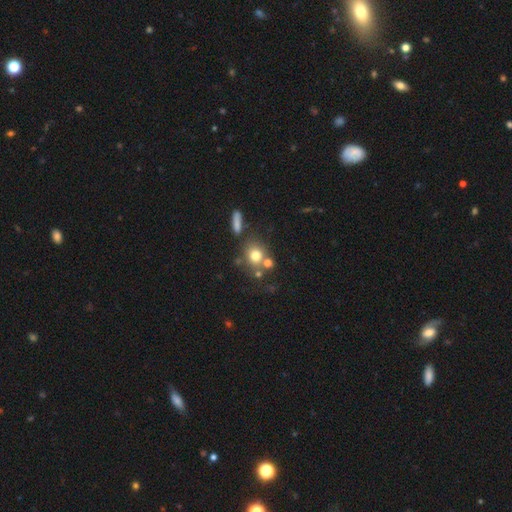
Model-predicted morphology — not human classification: This appears to be a smooth galaxy with no disk features (74%) that is round (76%). Merging: none (60%).